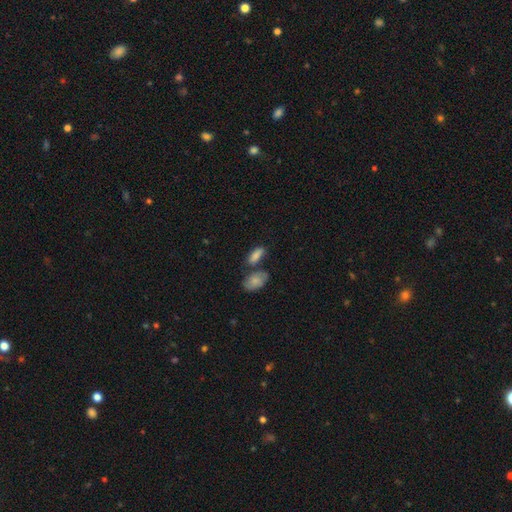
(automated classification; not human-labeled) smooth 74%, featured or disk 15%, star or artifact 11%. Down the decision tree: how rounded — in between (82%); merging — none (53%).